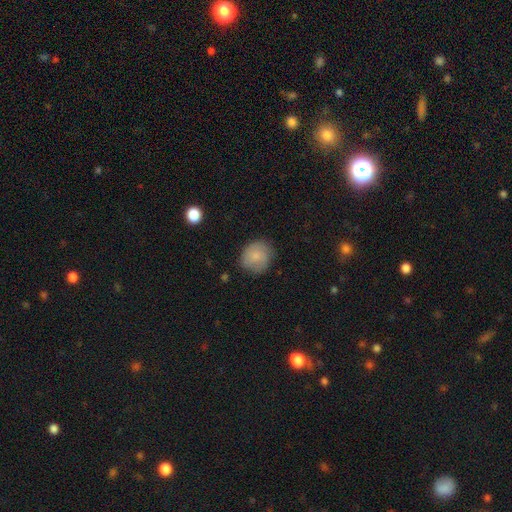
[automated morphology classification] smooth-or-featured: smooth: 73% | featured or disk: 19% | star or artifact: 8%
  how-rounded: round: 82% | in between: 17% | cigar-shaped: 1%
  merging: none: 74% | minor disturbance: 19% | major disturbance: 5% | merger: 1%